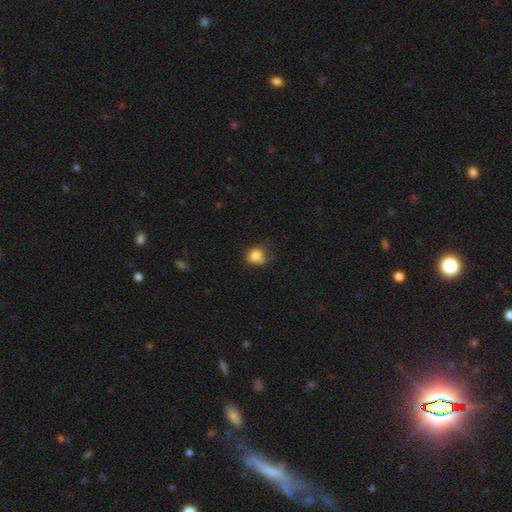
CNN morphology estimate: Overall: smooth (81%). How rounded: round (68%; in between 31%). Merging: none (53%; minor disturbance 24%).